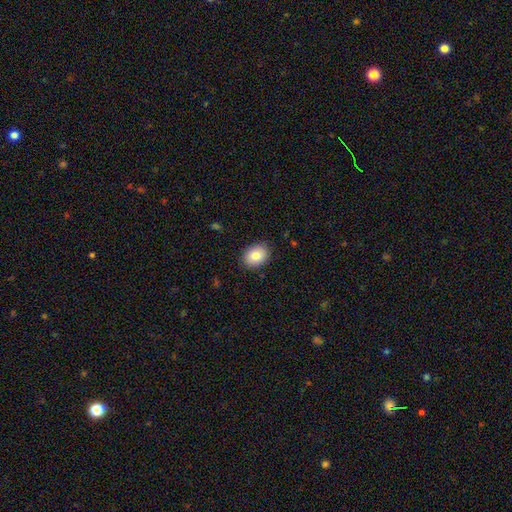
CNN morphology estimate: The model was most divided on "how rounded": in between: 66%, round: 33%, cigar-shaped: 1%. More confident: merging — none (88%); smooth or featured — smooth (83%).